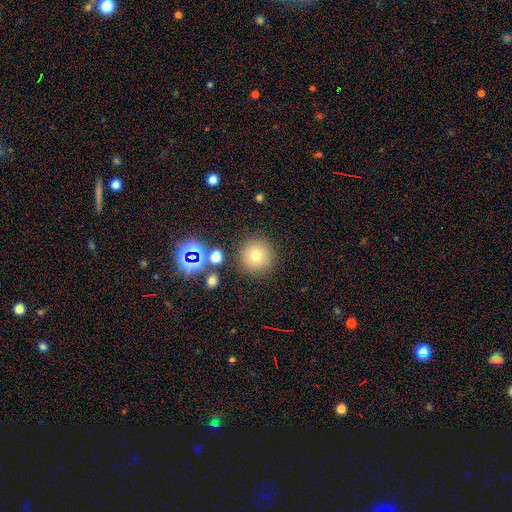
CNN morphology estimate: Smooth or featured? smooth (72%)
How rounded? round (95%)
Merging? none (86%)